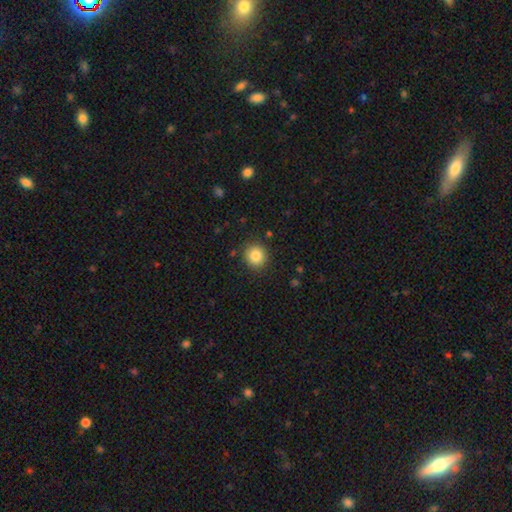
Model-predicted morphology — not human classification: smooth 84%, star or artifact 10%, featured or disk 6%. Down the decision tree: how rounded — round (90%); merging — none (89%).